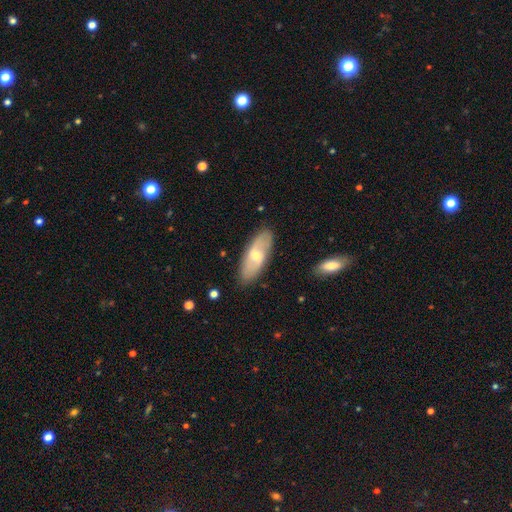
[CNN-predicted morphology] This is possibly a featured or disk galaxy (51%). It is clearly not viewed edge-on (81%). Merging: clearly none (85%).